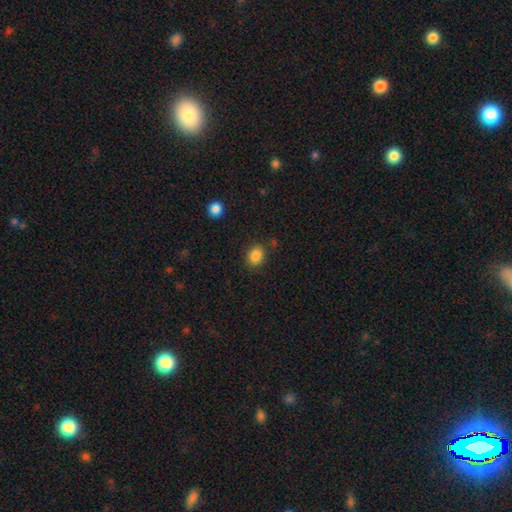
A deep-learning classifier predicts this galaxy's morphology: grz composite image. It shows a smooth galaxy with no disk features (86%) that is in between round and cigar-shaped (59%). Merging: none (84%).